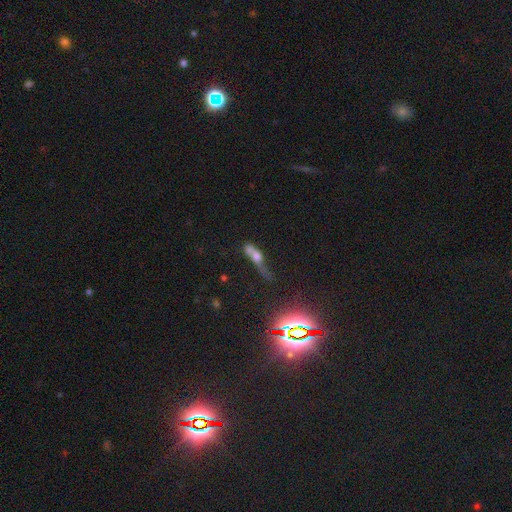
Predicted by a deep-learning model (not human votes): Smooth or featured?
  - smooth: 47% *
  - featured or disk: 36%
  - star or artifact: 18%
Merging?
  - merger: 47% *
  - major disturbance: 21%
  - none: 19%
  - minor disturbance: 12%